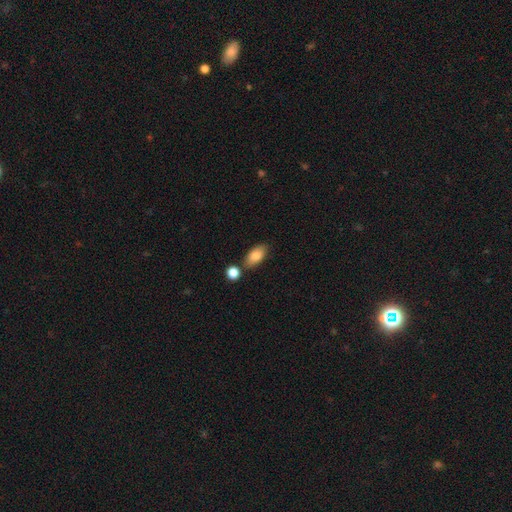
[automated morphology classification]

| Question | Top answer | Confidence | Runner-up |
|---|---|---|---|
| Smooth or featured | smooth | 81% | featured or disk (12%) |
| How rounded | in between | 90% | cigar-shaped (5%) |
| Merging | none | 75% | minor disturbance (12%) |